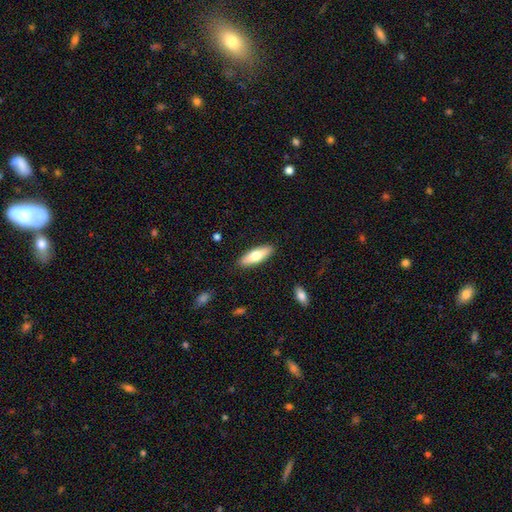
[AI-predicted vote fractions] Smooth or featured?
  - smooth: 67% *
  - featured or disk: 27%
  - star or artifact: 5%
How rounded?
  - in between: 54% *
  - cigar-shaped: 44%
  - round: 2%
Merging?
  - none: 89% *
  - minor disturbance: 8%
  - major disturbance: 2%
  - merger: 1%